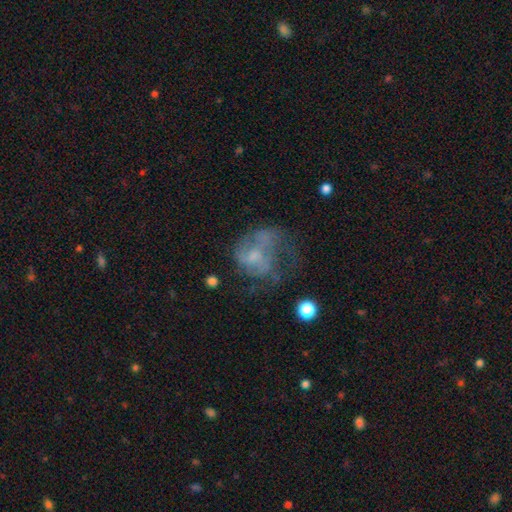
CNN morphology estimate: The model was most divided on "bulge size": small: 36%, none: 31%, moderate: 28%, large: 3%, dominant: 1%. Remaining: edge-on disk — no (98%); bar — no (76%); spiral arms — no (61%); smooth or featured — featured or disk (53%); merging — major disturbance (49%).